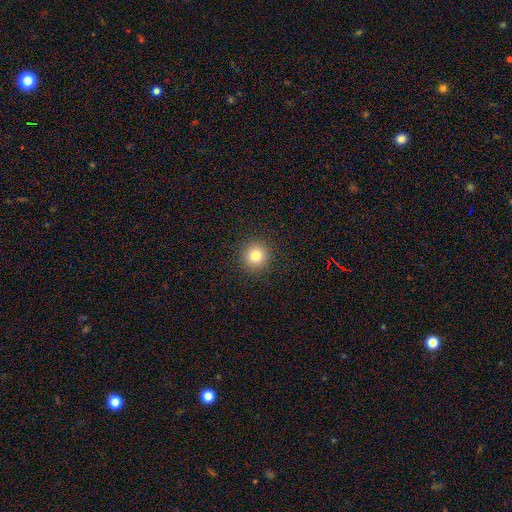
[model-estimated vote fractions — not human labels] Q: Smooth or featured?
A: smooth (80%); runner-up: star or artifact (13%)
Q: How rounded?
A: round (95%); runner-up: in between (4%)
Q: Merging?
A: none (92%); runner-up: minor disturbance (5%)